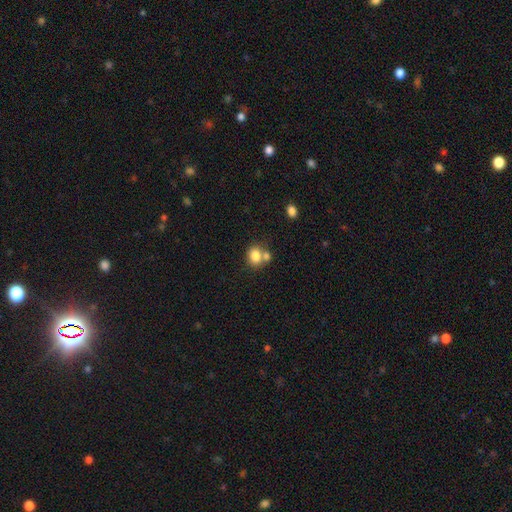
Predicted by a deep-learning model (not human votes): Morphology: type=smooth (81%); roundness=round (56%); merging=none (46%).